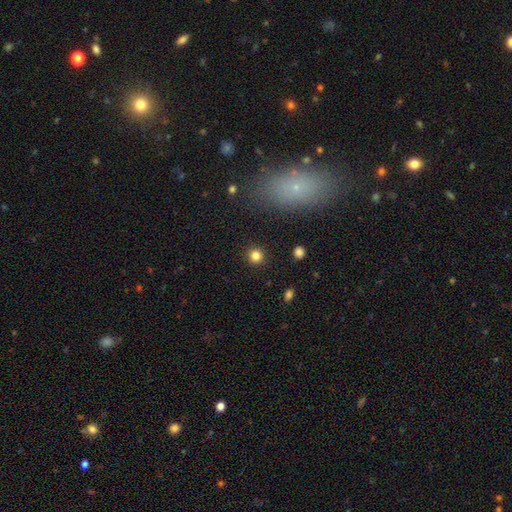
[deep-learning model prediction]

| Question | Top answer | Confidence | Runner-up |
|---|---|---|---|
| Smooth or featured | smooth | 83% | star or artifact (12%) |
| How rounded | round | 93% | in between (6%) |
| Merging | none | 91% | minor disturbance (5%) |